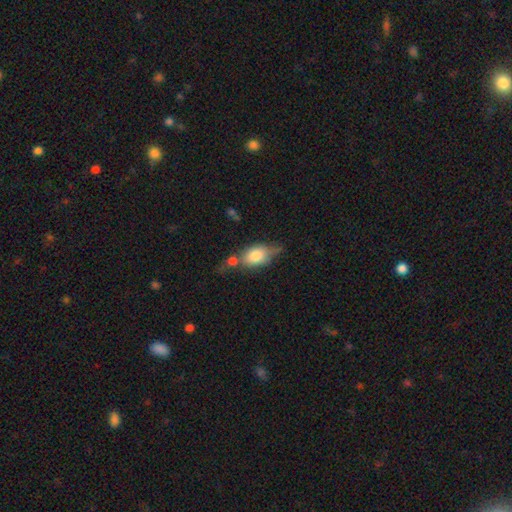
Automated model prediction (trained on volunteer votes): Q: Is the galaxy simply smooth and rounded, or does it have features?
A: smooth — 71%.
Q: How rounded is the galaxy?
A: in between — 82%.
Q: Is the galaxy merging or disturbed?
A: none — 37%.